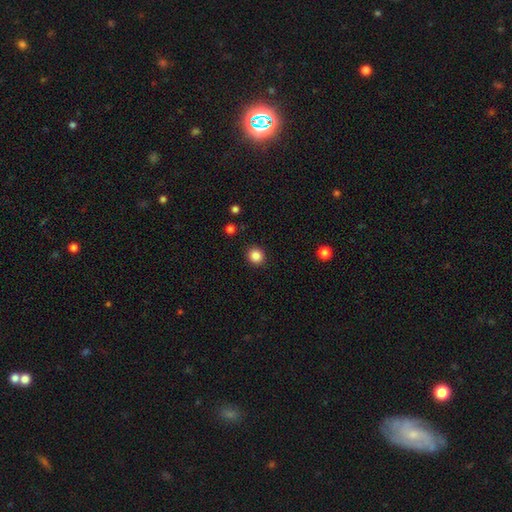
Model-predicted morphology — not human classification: This appears to be a smooth galaxy with no disk features (86%) that is round (86%). Merging: none (91%).